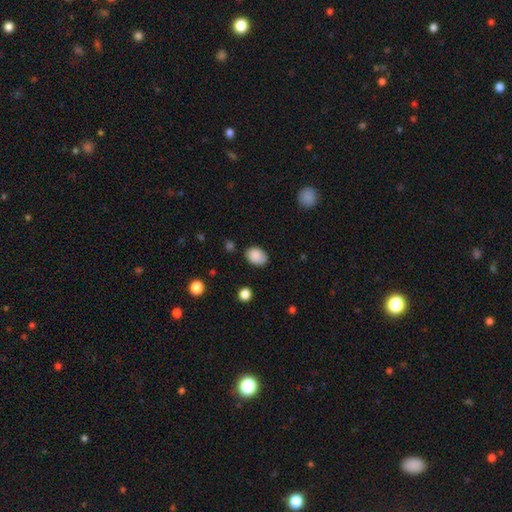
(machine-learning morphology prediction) Q: Smooth or featured?
A: smooth (87%); runner-up: star or artifact (8%)
Q: How rounded?
A: in between (70%); runner-up: round (29%)
Q: Merging?
A: none (77%); runner-up: minor disturbance (17%)